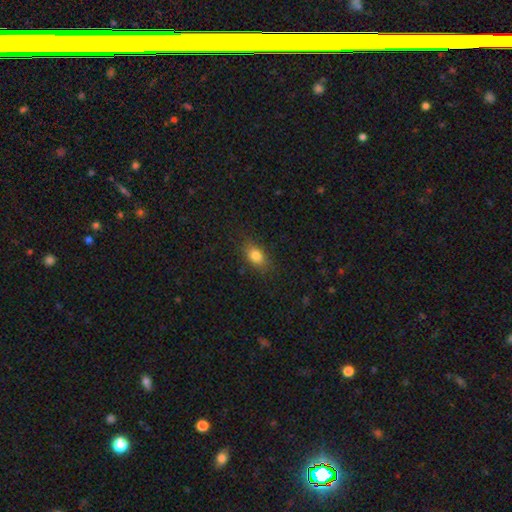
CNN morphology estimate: type=smooth (82%); roundness=in between (82%); merging=none (83%).